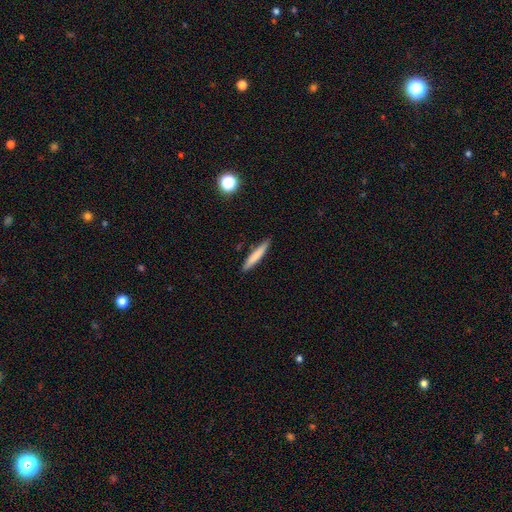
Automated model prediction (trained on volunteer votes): Morphology: type=smooth (75%); roundness=cigar-shaped (94%); merging=none (87%).